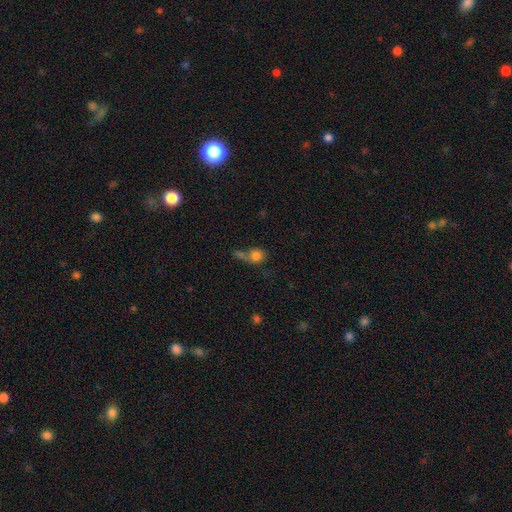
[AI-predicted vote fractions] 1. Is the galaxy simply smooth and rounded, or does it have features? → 77% smooth, 12% featured or disk, 11% star or artifact.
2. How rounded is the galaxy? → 68% round, 31% in between, 2% cigar-shaped.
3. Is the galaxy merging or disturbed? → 47% merger, 30% none, 12% minor disturbance, 11% major disturbance.